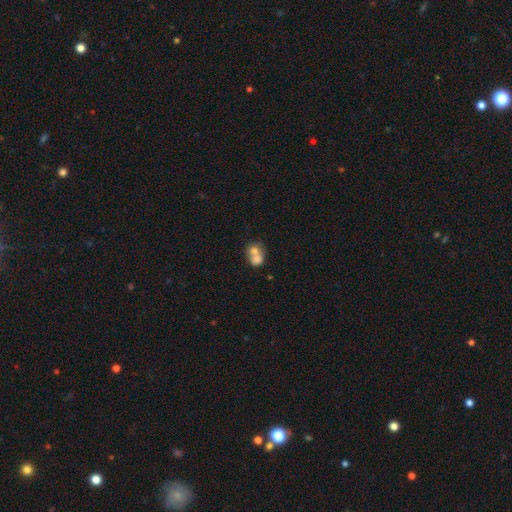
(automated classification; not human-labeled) This is likely a smooth galaxy (70%). How rounded: possibly round (56%). Merging: likely merger (69%).